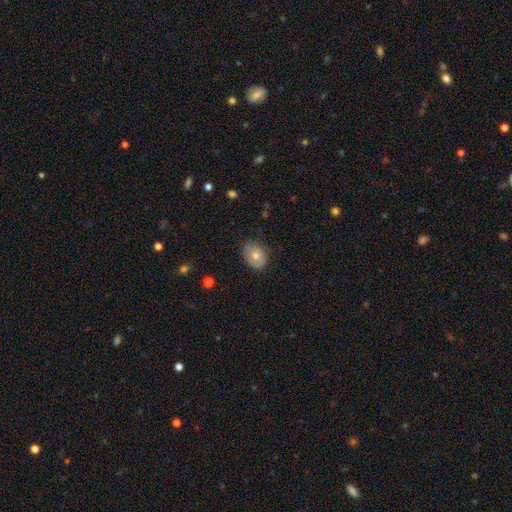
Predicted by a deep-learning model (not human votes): Smooth or featured?
  - smooth: 64% *
  - featured or disk: 26%
  - star or artifact: 9%
How rounded?
  - in between: 65% *
  - round: 34%
  - cigar-shaped: 1%
Merging?
  - none: 77% *
  - minor disturbance: 18%
  - major disturbance: 4%
  - merger: 1%